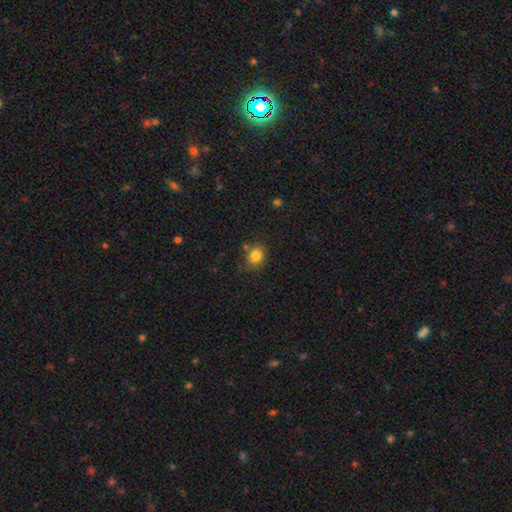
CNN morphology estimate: This appears to be a smooth galaxy with no disk features (82%) that is round (66%). Merging: none (75%).